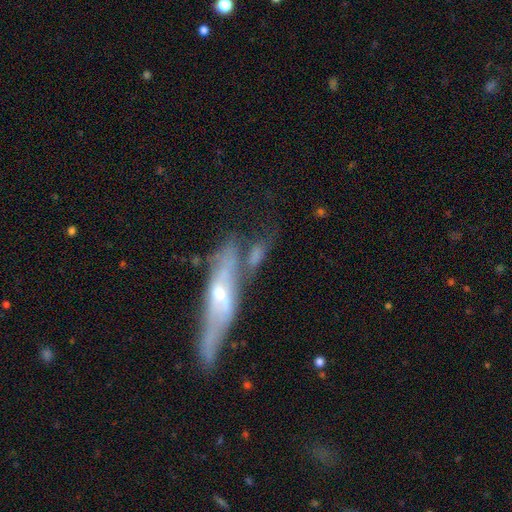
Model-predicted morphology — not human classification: A smooth galaxy with no disk features (46%). Merging: none (43%).